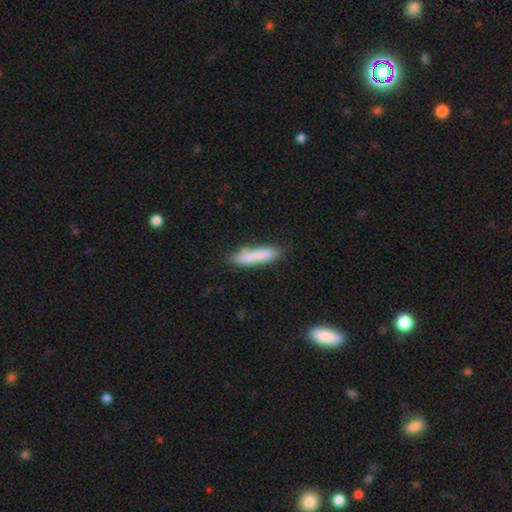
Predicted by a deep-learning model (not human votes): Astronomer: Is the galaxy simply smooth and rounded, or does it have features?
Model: smooth — 80%.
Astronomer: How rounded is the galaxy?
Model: cigar-shaped — 83%.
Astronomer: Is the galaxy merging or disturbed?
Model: none — 77%.